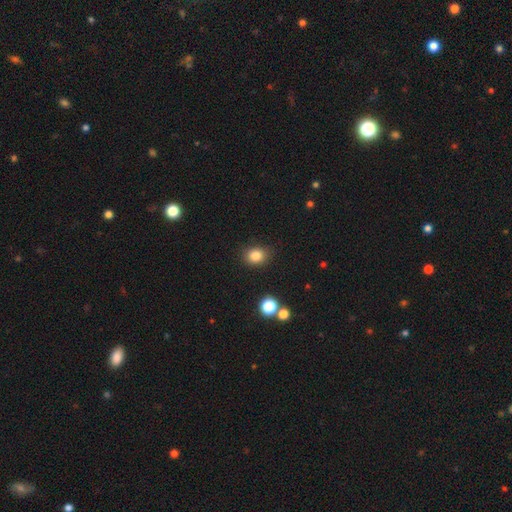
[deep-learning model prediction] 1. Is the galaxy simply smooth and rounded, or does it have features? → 83% smooth, 12% star or artifact, 6% featured or disk.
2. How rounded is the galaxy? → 58% round, 41% in between, 1% cigar-shaped.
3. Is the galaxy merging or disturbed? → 85% none, 10% minor disturbance, 3% major disturbance, 2% merger.